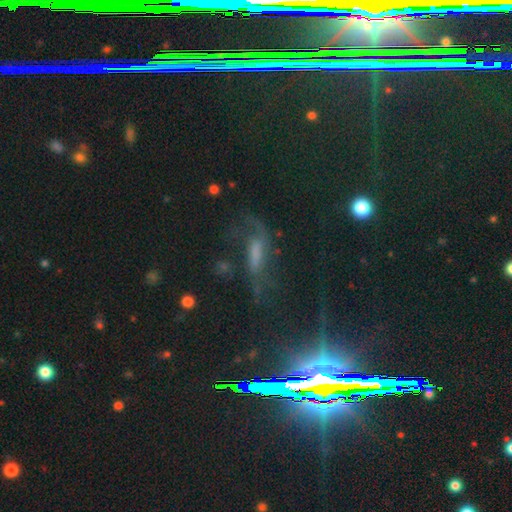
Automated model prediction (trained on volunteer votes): Morphology: type=featured or disk (48%); merging=none (45%).